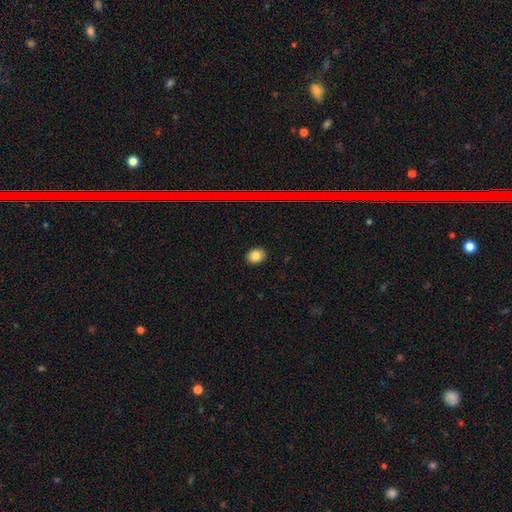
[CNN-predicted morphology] smooth 80%, star or artifact 12%, featured or disk 8%. Down the decision tree: how rounded — round (67%); merging — none (90%).